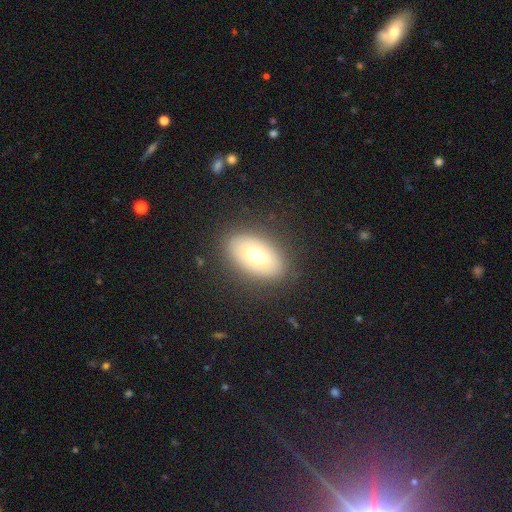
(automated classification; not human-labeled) The model was most divided on "smooth or featured": smooth: 59%, featured or disk: 33%, star or artifact: 8%. More confident: how rounded — in between (90%); merging — none (86%).